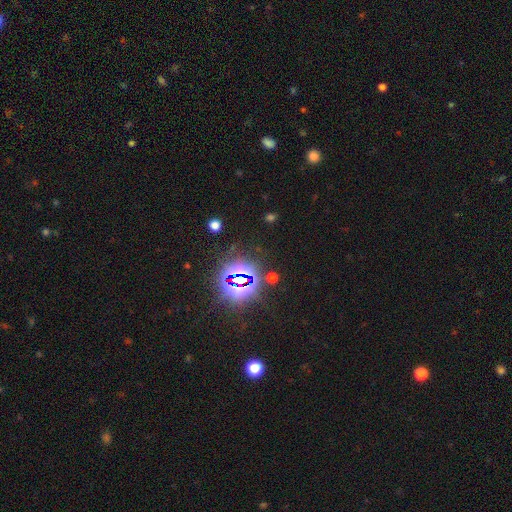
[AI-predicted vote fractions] Q: Smooth or featured?
A: star or artifact (82%); runner-up: smooth (11%)